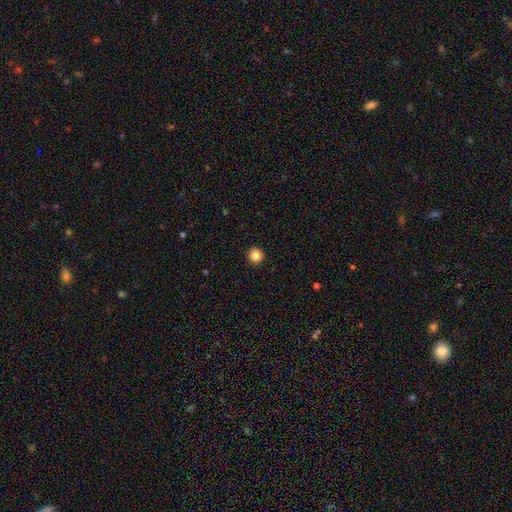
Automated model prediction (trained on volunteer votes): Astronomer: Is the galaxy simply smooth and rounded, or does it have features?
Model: smooth — 85%.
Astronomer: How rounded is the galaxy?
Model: round — 95%.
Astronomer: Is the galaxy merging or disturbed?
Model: none — 94%.